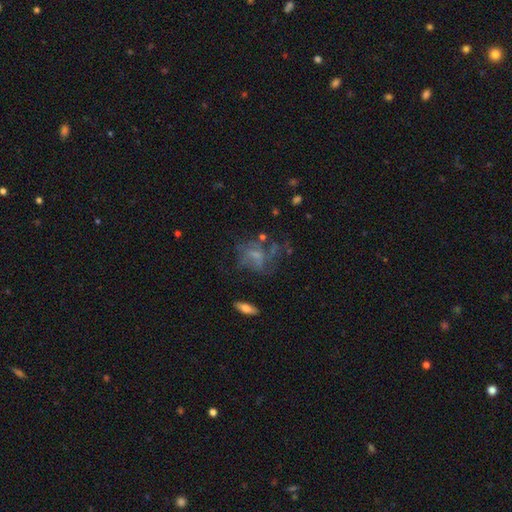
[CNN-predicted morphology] This is possibly a featured or disk galaxy (50%). Merging: marginally none (43%).